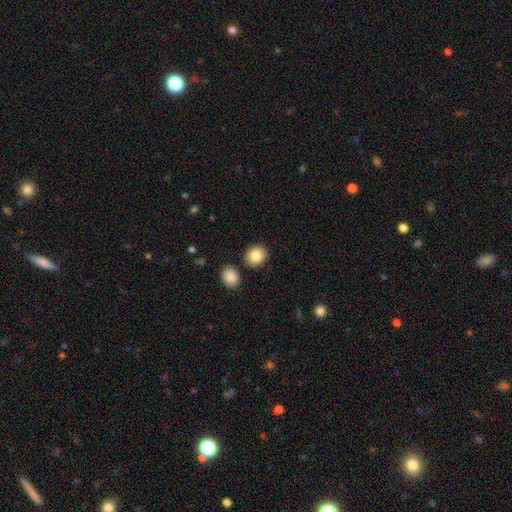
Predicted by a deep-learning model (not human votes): This appears to be a smooth galaxy with no disk features (85%) that is round (71%). Merging: none (85%).